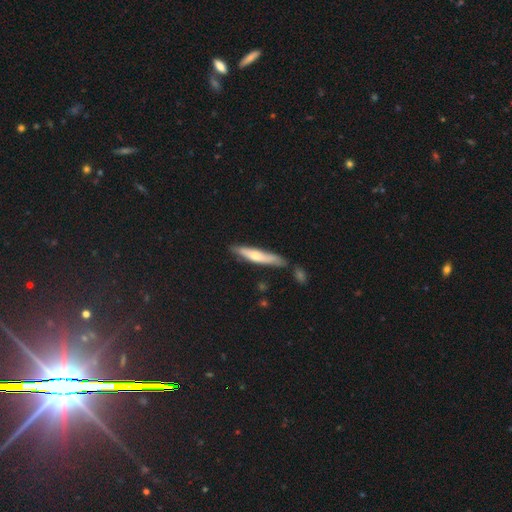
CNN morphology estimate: This is possibly a smooth galaxy (55%). How rounded: clearly cigar-shaped (86%). Merging: likely none (72%).